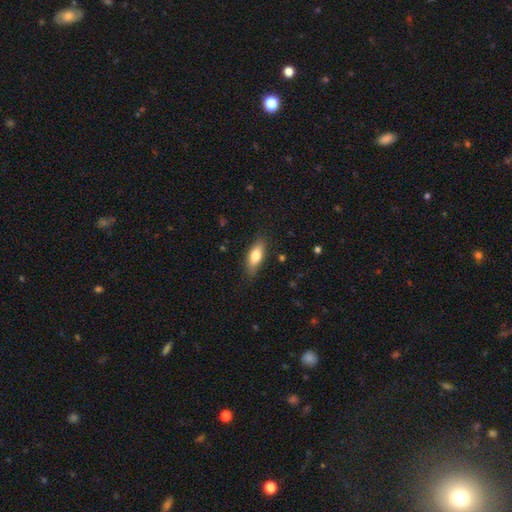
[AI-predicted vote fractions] This is likely a smooth galaxy (75%). How rounded: likely in between (70%). Merging: likely none (80%).